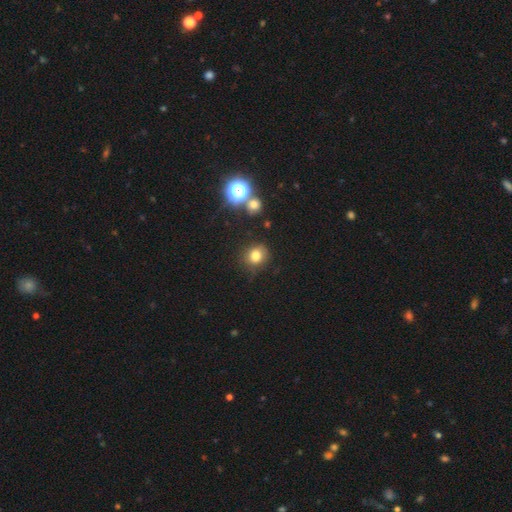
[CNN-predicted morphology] Overall: smooth (79%). How rounded: round (79%). Merging: none (81%).